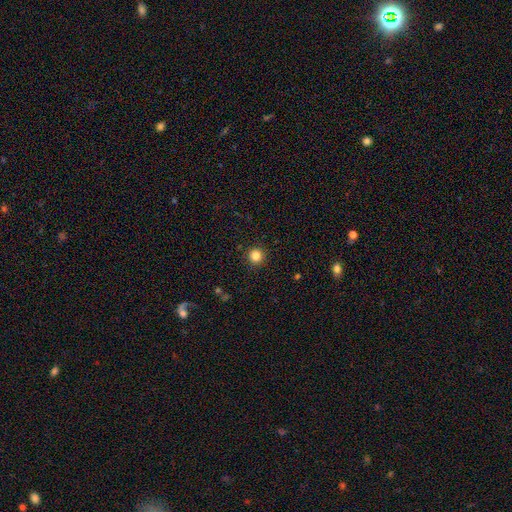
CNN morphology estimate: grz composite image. It shows a smooth galaxy with no disk features (84%) that is round (95%). Merging: none (93%).